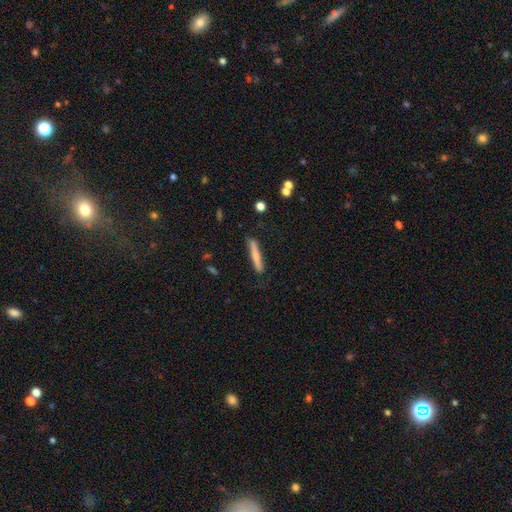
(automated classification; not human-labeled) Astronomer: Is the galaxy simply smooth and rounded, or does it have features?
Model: smooth — 69%.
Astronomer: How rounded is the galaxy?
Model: cigar-shaped — 94%.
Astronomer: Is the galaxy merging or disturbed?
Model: none — 85%.